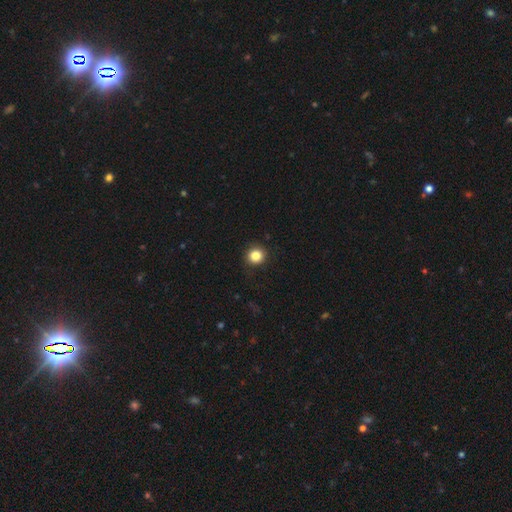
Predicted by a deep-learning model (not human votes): smooth 84%, star or artifact 11%, featured or disk 5%. Down the decision tree: how rounded — round (92%); merging — none (89%).